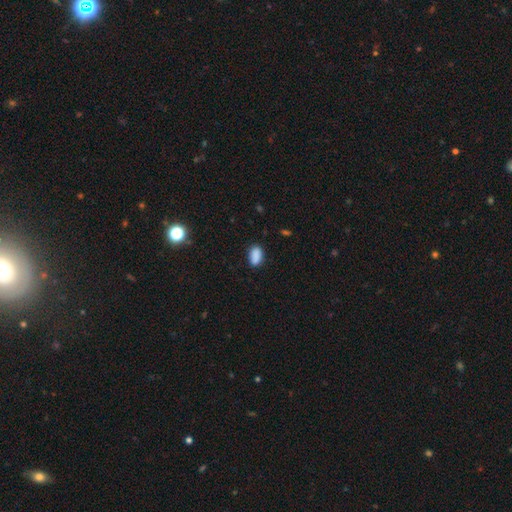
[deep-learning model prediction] smooth_or_featured: smooth (p=0.88) [alt: star or artifact p=0.08]
how_rounded: in between (p=0.91) [alt: round p=0.07]
merging: none (p=0.83) [alt: minor disturbance p=0.13]